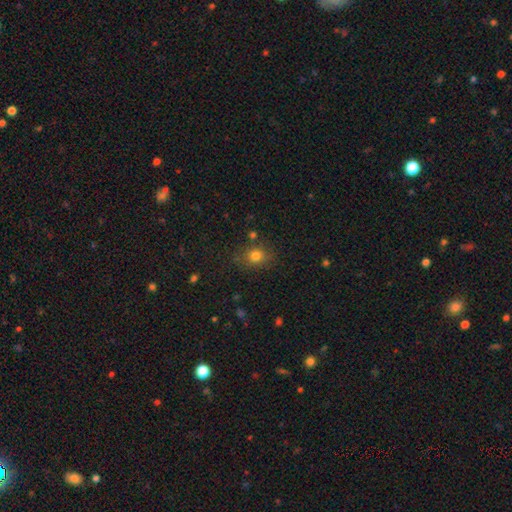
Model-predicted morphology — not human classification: A smooth galaxy with no disk features (79%) that is round (61%). Merging: none (79%).